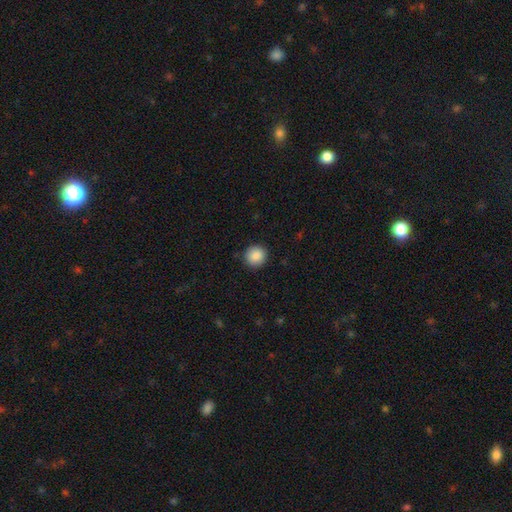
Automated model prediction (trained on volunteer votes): Smooth or featured? Predicted: smooth (p=0.88). How rounded? Predicted: round (p=0.93). Merging? Predicted: none (p=0.90).